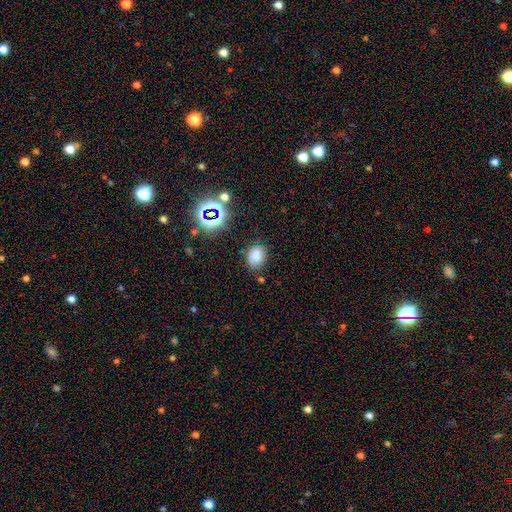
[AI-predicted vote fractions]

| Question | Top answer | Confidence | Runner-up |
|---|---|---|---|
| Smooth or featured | smooth | 76% | star or artifact (16%) |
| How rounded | in between | 66% | round (33%) |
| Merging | none | 72% | minor disturbance (19%) |